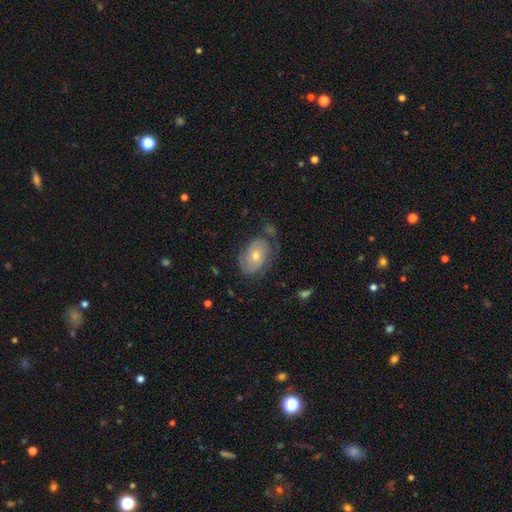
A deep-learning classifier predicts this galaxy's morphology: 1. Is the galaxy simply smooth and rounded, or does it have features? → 53% featured or disk, 40% smooth, 8% star or artifact.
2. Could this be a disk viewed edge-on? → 94% no, 6% yes.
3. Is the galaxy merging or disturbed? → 56% none, 25% minor disturbance, 15% major disturbance, 4% merger.